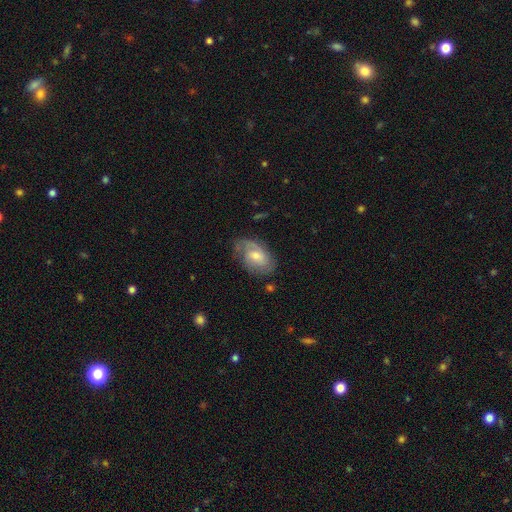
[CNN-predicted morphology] A featured or disk galaxy (69%) with no bar (53%), 2 (47%) tight (46%) spiral arms (89%) and a moderate central bulge (54%).

Vote fractions:
- Smooth or featured? featured or disk: 69% / smooth: 24% / star or artifact: 7%
- Edge-on disk? no: 95% / yes: 5%
- Bar? no: 53% / weak: 40% / strong: 7%
- Spiral arms? yes: 89% / no: 11%
- Spiral winding? tight: 46% / medium: 38% / loose: 16%
- Spiral arm count? 2: 47% / can't tell: 25% / 1: 16% / 3: 8% / 4: 2% / more than 4: 2%
- Bulge size? moderate: 54% / small: 40% / large: 3% / none: 2% / dominant: 1%
- Merging? none: 67% / minor disturbance: 23% / major disturbance: 9% / merger: 2%